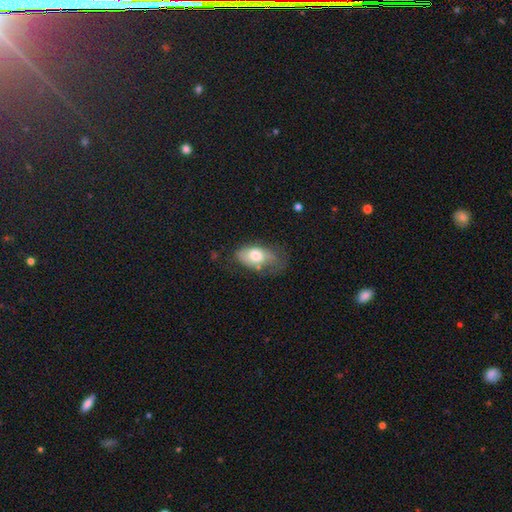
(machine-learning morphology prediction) A smooth galaxy with no disk features (65%) that is in between round and cigar-shaped (91%).

Vote fractions:
- Smooth or featured? smooth: 65% / featured or disk: 28% / star or artifact: 7%
- How rounded? in between: 91% / round: 6% / cigar-shaped: 3%
- Merging? none: 36% / minor disturbance: 34% / major disturbance: 25% / merger: 4%